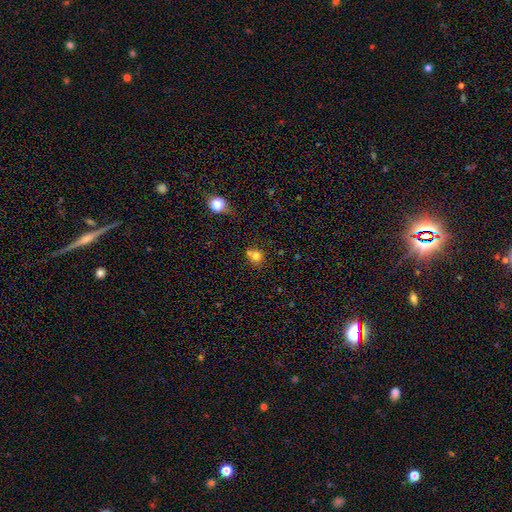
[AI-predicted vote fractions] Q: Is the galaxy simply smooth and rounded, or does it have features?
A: smooth — 75%.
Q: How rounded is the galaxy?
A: round — 84%.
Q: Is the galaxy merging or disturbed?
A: none — 53%.